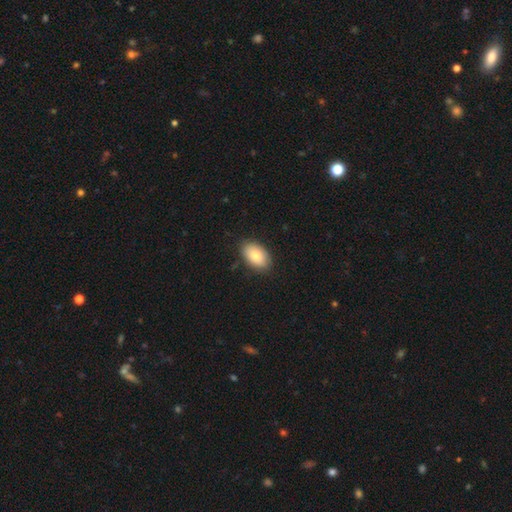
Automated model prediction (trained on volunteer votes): smooth_or_featured: smooth (p=0.83) [alt: featured or disk p=0.10]
how_rounded: in between (p=0.92) [alt: round p=0.06]
merging: none (p=0.86) [alt: minor disturbance p=0.11]